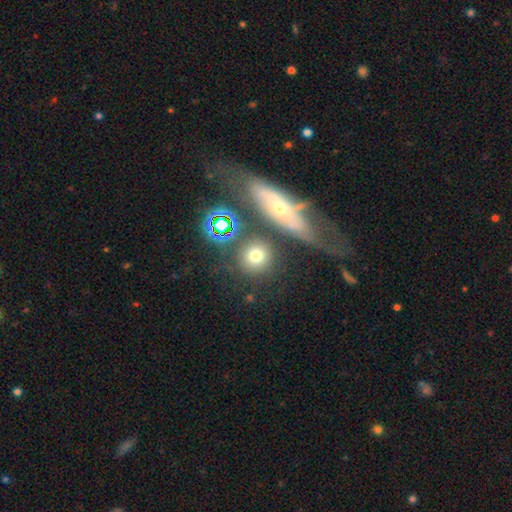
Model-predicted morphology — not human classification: The model was most divided on "smooth or featured": smooth: 68%, star or artifact: 17%, featured or disk: 15%. More confident: how rounded — round (84%); merging — none (71%).